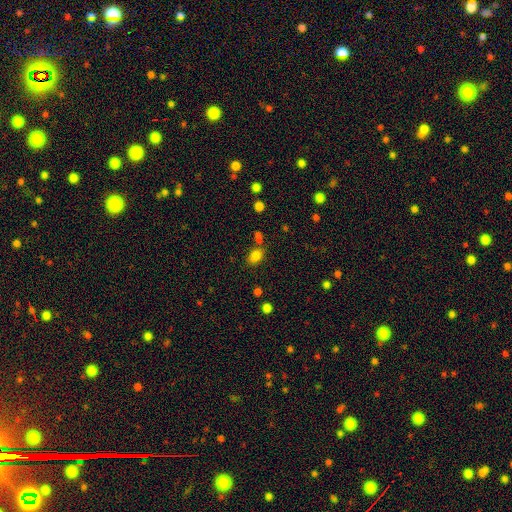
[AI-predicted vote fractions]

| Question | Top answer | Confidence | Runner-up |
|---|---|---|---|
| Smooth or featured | smooth | 81% | star or artifact (12%) |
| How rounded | in between | 72% | round (26%) |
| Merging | none | 69% | minor disturbance (14%) |